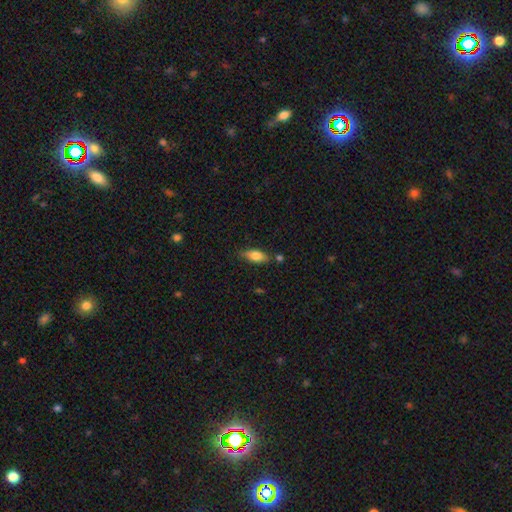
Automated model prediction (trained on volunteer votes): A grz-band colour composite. It shows a smooth galaxy with no disk features (76%) that is in between round and cigar-shaped (76%). Merging: none (73%).